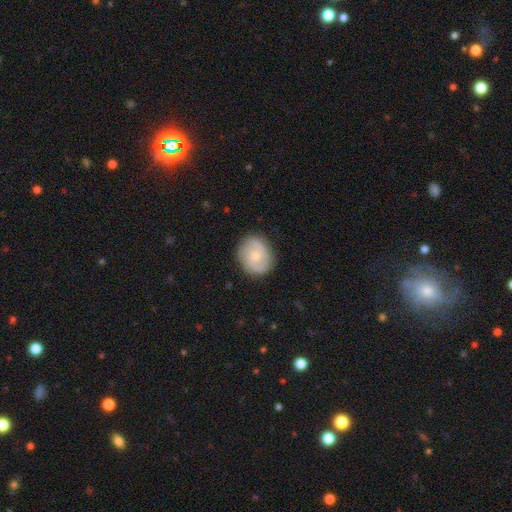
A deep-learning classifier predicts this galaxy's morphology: Q: Smooth or featured?
A: featured or disk (57%); runner-up: smooth (37%)
Q: Edge-on disk?
A: no (98%); runner-up: yes (2%)
Q: Bar?
A: no (60%); runner-up: weak (35%)
Q: Spiral arms?
A: yes (88%); runner-up: no (12%)
Q: Bulge size?
A: small (54%); runner-up: moderate (40%)
Q: Merging?
A: none (85%); runner-up: minor disturbance (11%)